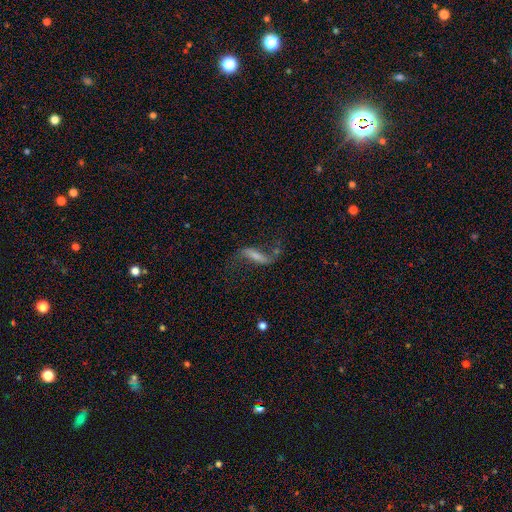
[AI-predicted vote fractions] The model was most divided on "bar": strong: 43%, weak: 34%, no: 23%. Remaining: spiral winding — loose (92%); spiral arms — yes (91%); spiral arm count — 2 (91%); edge-on disk — no (83%); smooth or featured — featured or disk (76%); merging — none (63%); bulge size — small (43%).